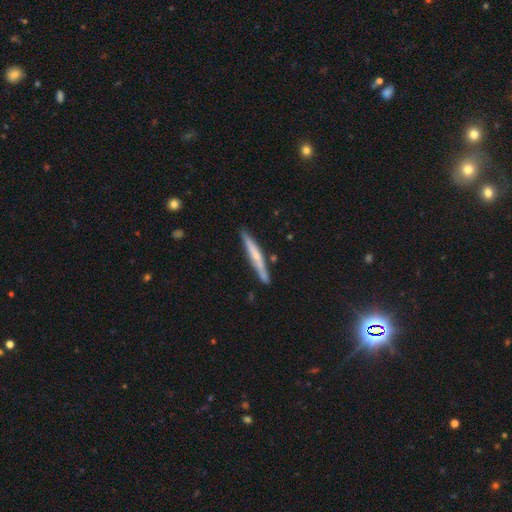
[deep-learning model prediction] Q: Smooth or featured?
A: featured or disk (50%); runner-up: smooth (44%)
Q: Edge-on disk?
A: yes (94%); runner-up: no (6%)
Q: Merging?
A: none (82%); runner-up: minor disturbance (12%)